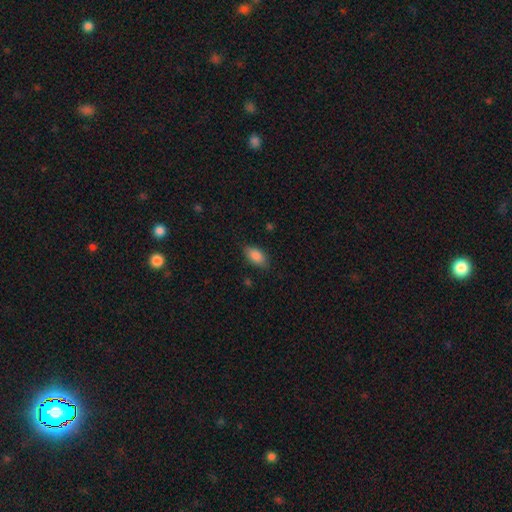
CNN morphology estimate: smooth_or_featured: smooth (p=0.87) [alt: star or artifact p=0.07]
how_rounded: in between (p=0.92) [alt: cigar-shaped p=0.04]
merging: none (p=0.83) [alt: minor disturbance p=0.13]